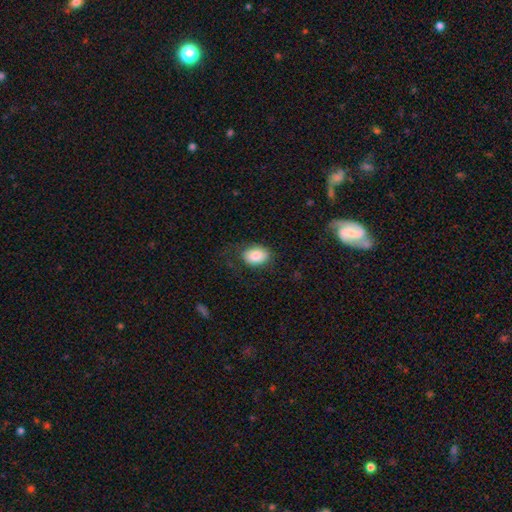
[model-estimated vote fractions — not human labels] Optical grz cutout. It shows a smooth galaxy with no disk features (82%) that is in between round and cigar-shaped (80%). Merging: none (67%).